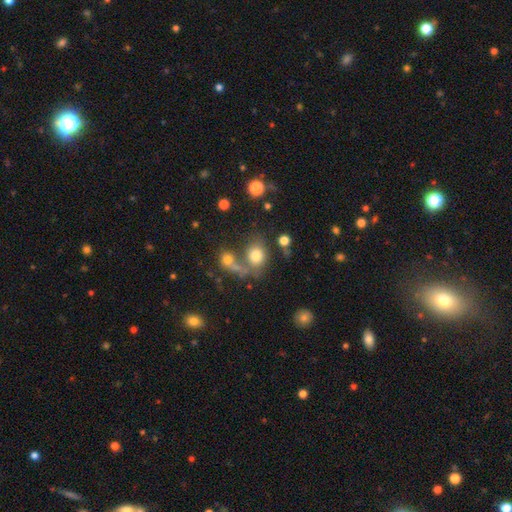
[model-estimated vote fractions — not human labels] smooth 75%, featured or disk 13%, star or artifact 12%. Down the decision tree: how rounded — round (55%); merging — none (44%).